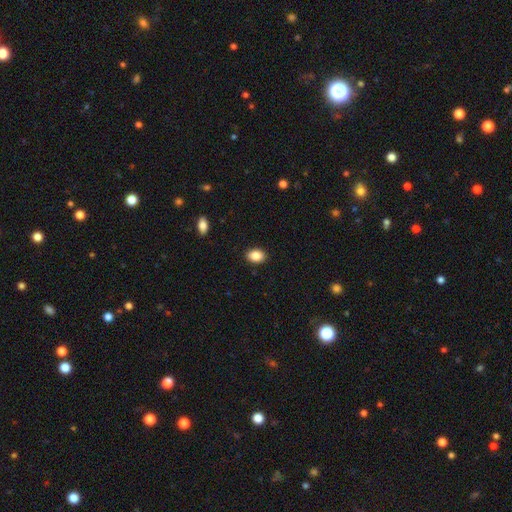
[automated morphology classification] smooth_or_featured: smooth (p=0.88) [alt: star or artifact p=0.08]
how_rounded: in between (p=0.79) [alt: round p=0.20]
merging: none (p=0.90) [alt: minor disturbance p=0.07]